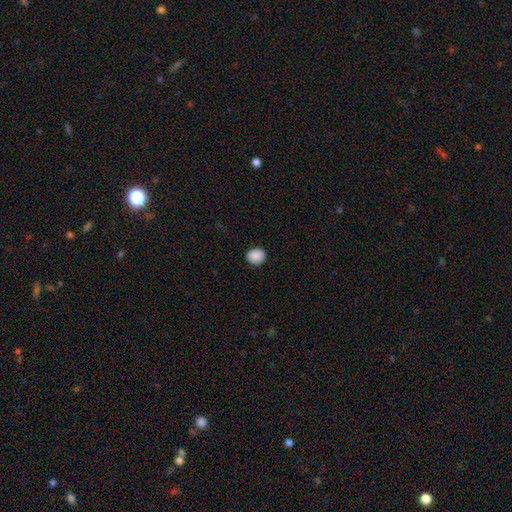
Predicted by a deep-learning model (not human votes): This is clearly a smooth galaxy (90%). How rounded: likely round (76%). Merging: clearly none (91%).